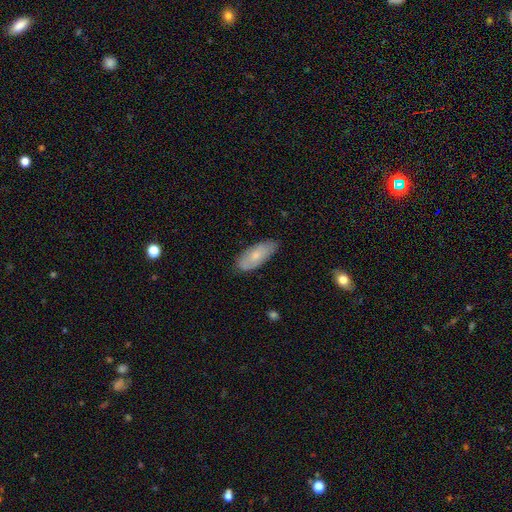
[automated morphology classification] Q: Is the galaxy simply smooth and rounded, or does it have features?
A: smooth — 69%.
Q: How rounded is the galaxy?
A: in between — 82%.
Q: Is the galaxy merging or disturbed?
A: none — 78%.